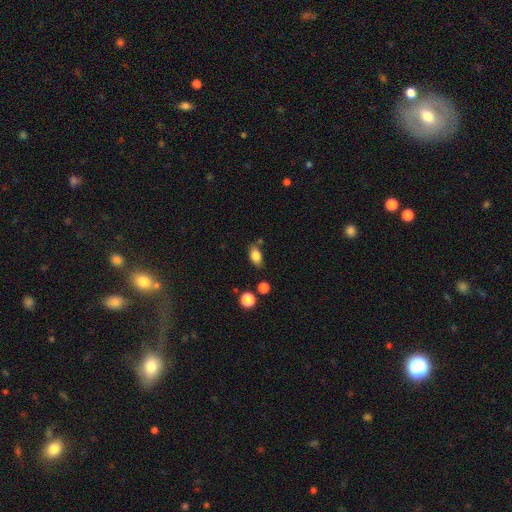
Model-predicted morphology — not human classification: This is clearly a smooth galaxy (82%). How rounded: clearly in between (84%). Merging: likely none (73%).